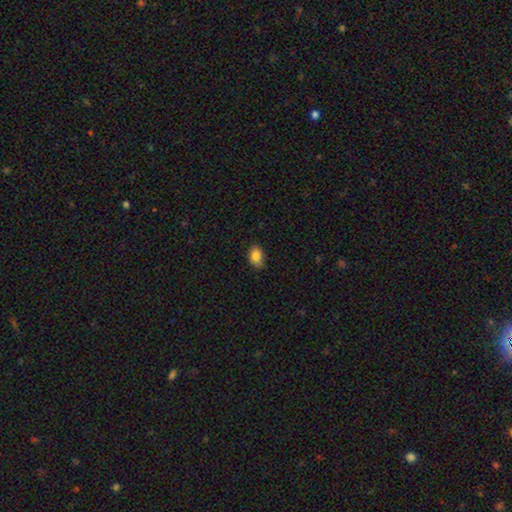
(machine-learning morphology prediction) Overall: smooth (86%). How rounded: in between (81%). Merging: none (75%).